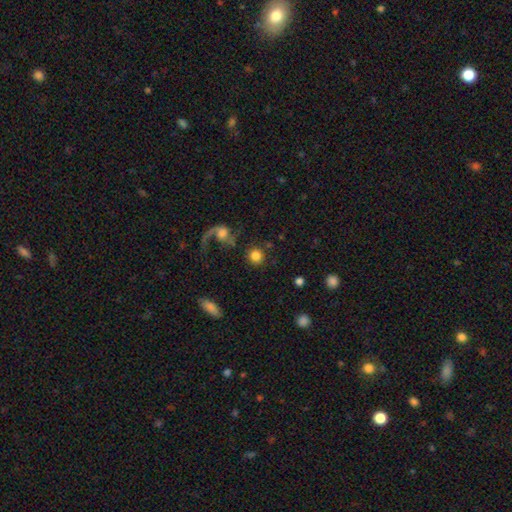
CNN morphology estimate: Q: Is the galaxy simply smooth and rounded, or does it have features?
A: smooth — 79%.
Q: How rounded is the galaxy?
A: round — 94%.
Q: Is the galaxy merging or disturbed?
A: none — 79%.